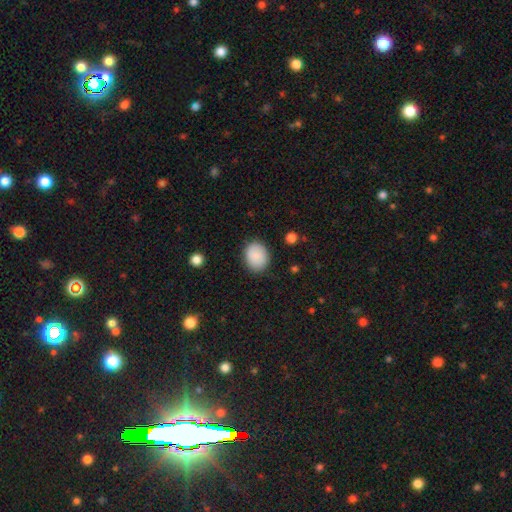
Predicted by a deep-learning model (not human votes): Morphology: type=smooth (89%); roundness=in between (52%); merging=none (85%).